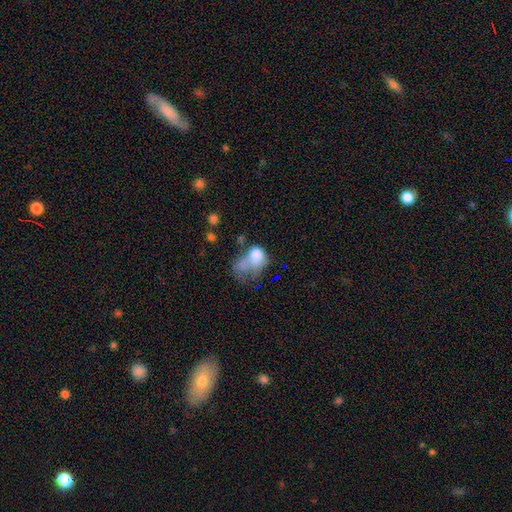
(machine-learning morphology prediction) Smooth or featured? Predicted: smooth (p=0.69). How rounded? Predicted: in between (p=0.63). Merging? Predicted: merger (p=0.39).